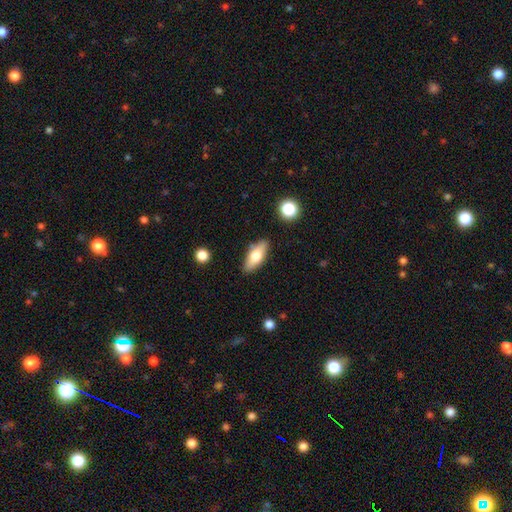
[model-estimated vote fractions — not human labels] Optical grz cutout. It shows a smooth galaxy with no disk features (67%) that is in between round and cigar-shaped (72%). Merging: none (85%).